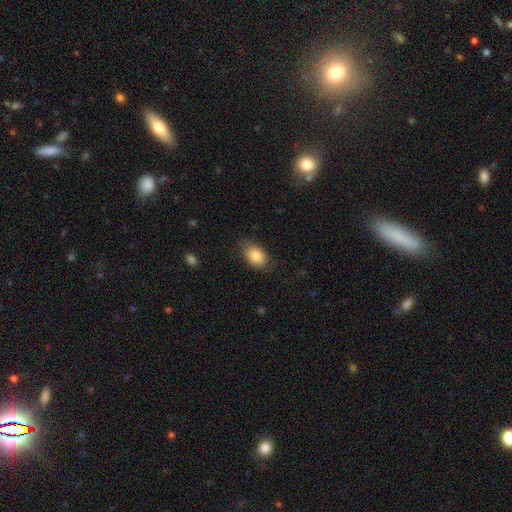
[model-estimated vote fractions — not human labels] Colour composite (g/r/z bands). It shows a smooth galaxy with no disk features (83%) that is in between round and cigar-shaped (82%). Merging: none (76%).